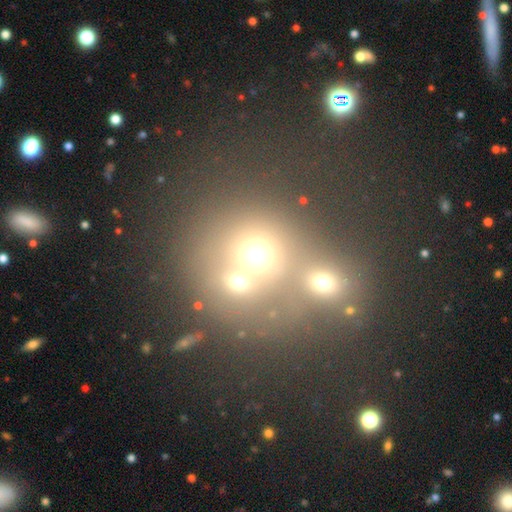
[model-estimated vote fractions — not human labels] A smooth galaxy with no disk features (60%) that is round (83%). Merging: merger (53%).